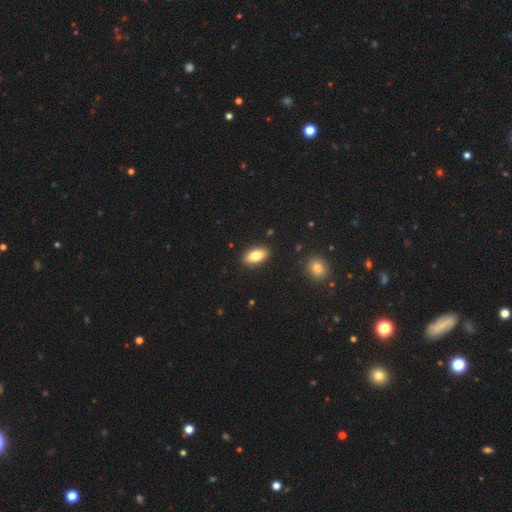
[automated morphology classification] Smooth or featured? Predicted: smooth (p=0.81). How rounded? Predicted: in between (p=0.91). Merging? Predicted: none (p=0.89).